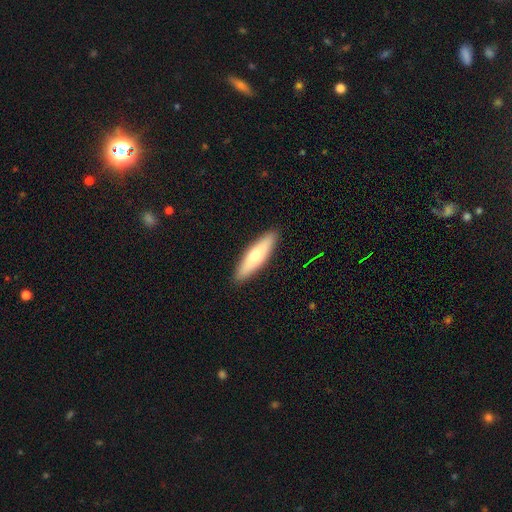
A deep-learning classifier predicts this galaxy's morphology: type=smooth (66%); roundness=cigar-shaped (70%); merging=none (91%).